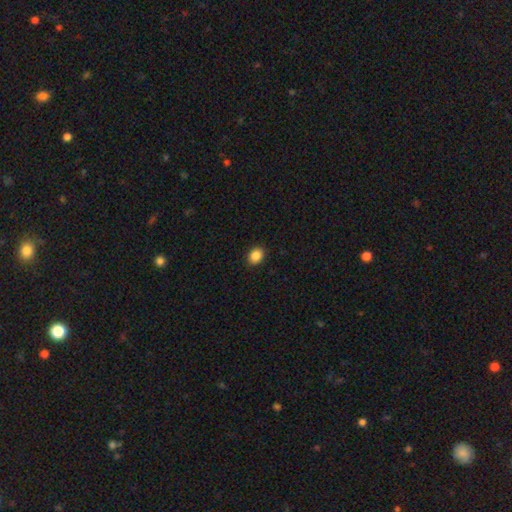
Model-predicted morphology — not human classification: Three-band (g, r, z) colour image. It shows a smooth galaxy with no disk features (87%) that is in between round and cigar-shaped (61%). Merging: none (90%).